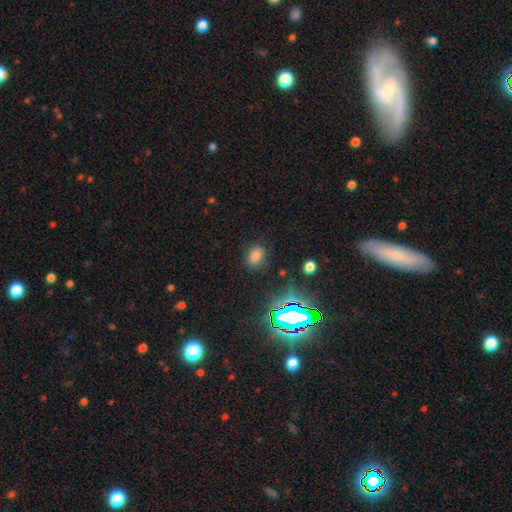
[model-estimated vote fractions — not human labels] Smooth or featured: smooth — 69% (star or artifact — 25%)
How rounded: in between — 75% (round — 23%)
Merging: none — 82% (minor disturbance — 12%)